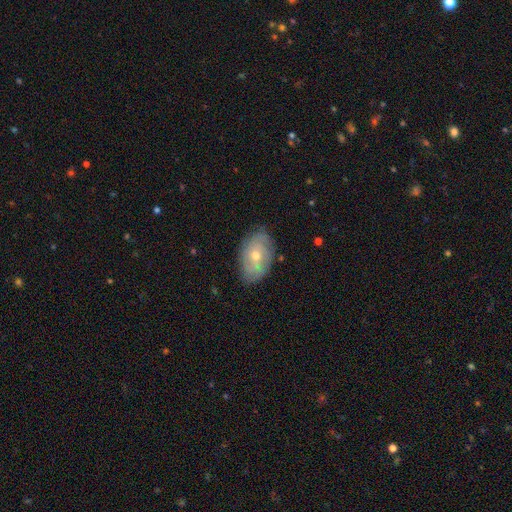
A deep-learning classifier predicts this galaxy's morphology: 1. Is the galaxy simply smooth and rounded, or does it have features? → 60% featured or disk, 32% smooth, 8% star or artifact.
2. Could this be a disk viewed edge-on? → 93% no, 7% yes.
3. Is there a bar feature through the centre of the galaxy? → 74% no, 22% weak, 4% strong.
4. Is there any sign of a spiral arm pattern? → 73% yes, 27% no.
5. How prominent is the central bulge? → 52% moderate, 45% small, 1% large, 1% none, 1% dominant.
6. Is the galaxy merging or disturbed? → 80% none, 16% minor disturbance, 3% major disturbance, 1% merger.